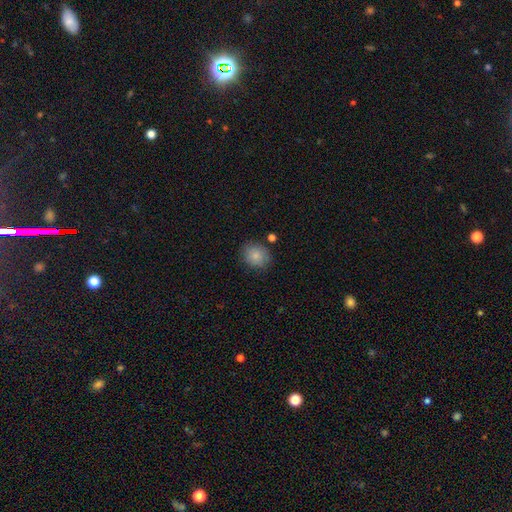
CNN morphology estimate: The model was most divided on "how rounded": round: 68%, in between: 31%, cigar-shaped: 1%. More confident: smooth or featured — smooth (84%); merging — none (80%).